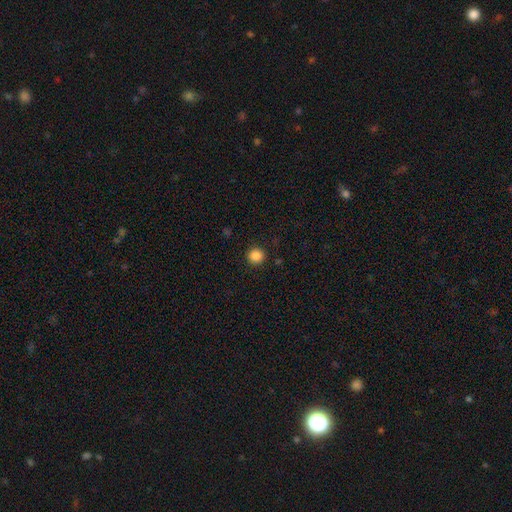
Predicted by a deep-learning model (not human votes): smooth-or-featured: smooth: 86% | star or artifact: 11% | featured or disk: 3%
  how-rounded: round: 90% | in between: 9% | cigar-shaped: 1%
  merging: none: 91% | minor disturbance: 6% | major disturbance: 2% | merger: 1%